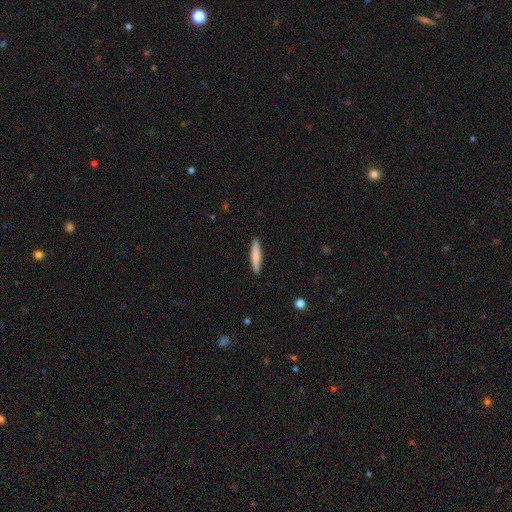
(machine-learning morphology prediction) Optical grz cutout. It shows a smooth galaxy with no disk features (79%) that is cigar-shaped (90%). Merging: none (91%).